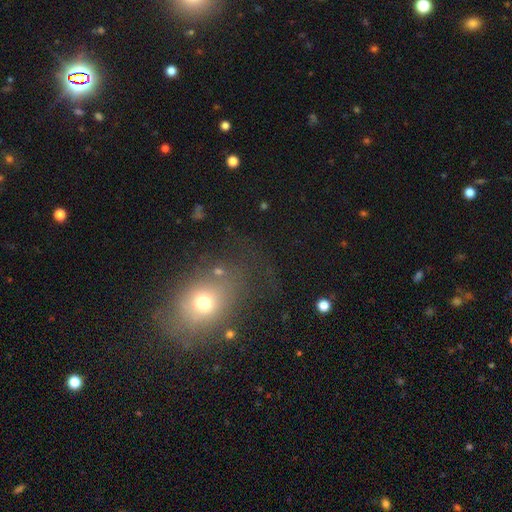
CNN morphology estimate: smooth-or-featured: smooth: 56% | star or artifact: 26% | featured or disk: 18%
  how-rounded: in between: 58% | round: 40% | cigar-shaped: 2%
  merging: none: 75% | minor disturbance: 15% | major disturbance: 8% | merger: 3%